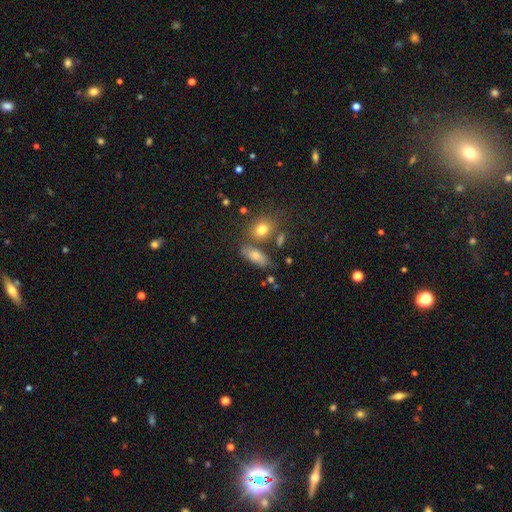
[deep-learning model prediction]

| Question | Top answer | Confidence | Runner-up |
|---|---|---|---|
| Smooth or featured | smooth | 75% | featured or disk (15%) |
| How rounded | in between | 79% | cigar-shaped (13%) |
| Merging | none | 65% | merger (15%) |